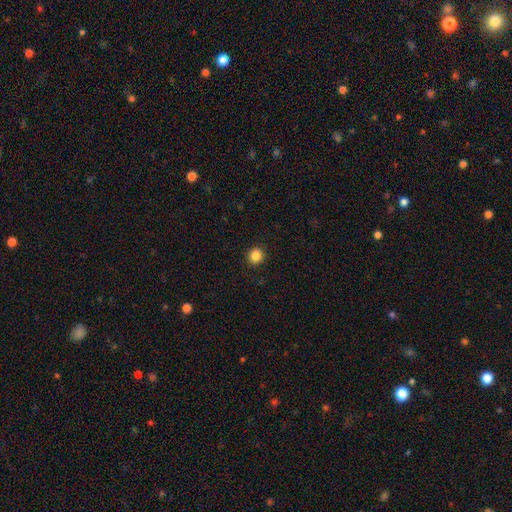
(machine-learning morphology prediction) Smooth or featured?
  - smooth: 85% *
  - star or artifact: 11%
  - featured or disk: 4%
How rounded?
  - round: 93% *
  - in between: 6%
  - cigar-shaped: 1%
Merging?
  - none: 93% *
  - minor disturbance: 4%
  - major disturbance: 2%
  - merger: 1%